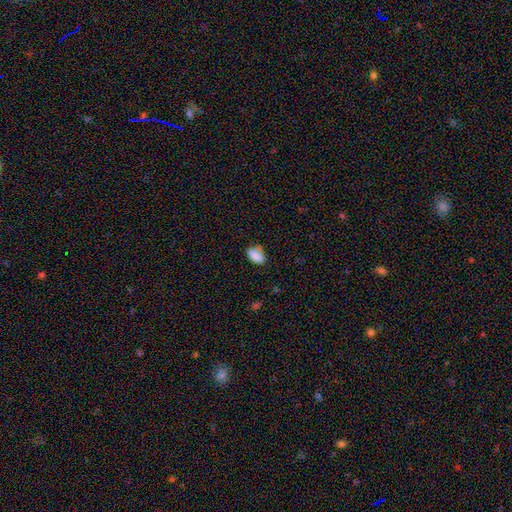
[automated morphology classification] Smooth or featured? Predicted: smooth (p=0.86). How rounded? Predicted: in between (p=0.88). Merging? Predicted: none (p=0.69).